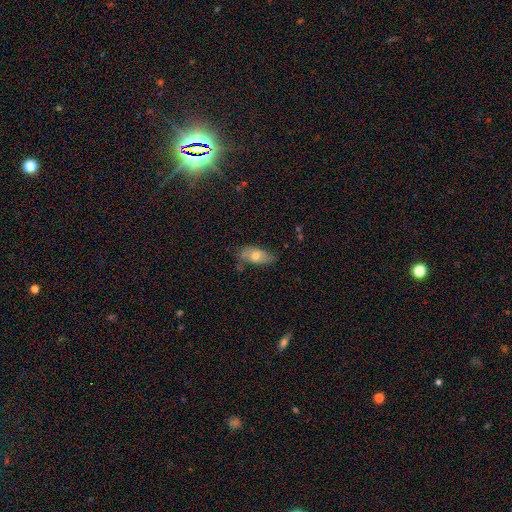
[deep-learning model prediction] smooth_or_featured: smooth (p=0.57) [alt: featured or disk p=0.35]
how_rounded: in between (p=0.88) [alt: cigar-shaped p=0.07]
merging: none (p=0.55) [alt: minor disturbance p=0.31]